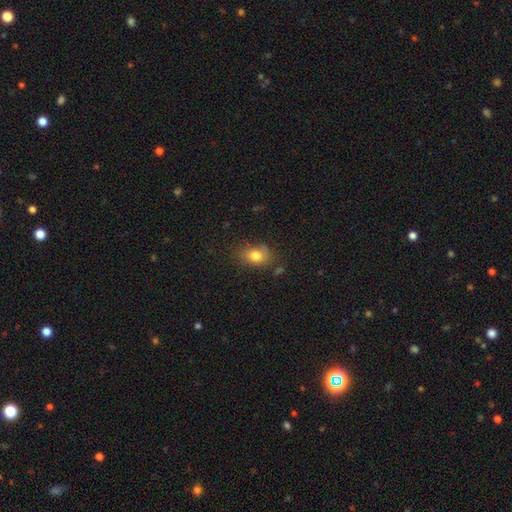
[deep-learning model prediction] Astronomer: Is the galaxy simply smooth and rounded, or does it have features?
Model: smooth — 79%.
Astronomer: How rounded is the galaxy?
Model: in between — 66%.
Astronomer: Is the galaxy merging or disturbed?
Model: none — 68%.